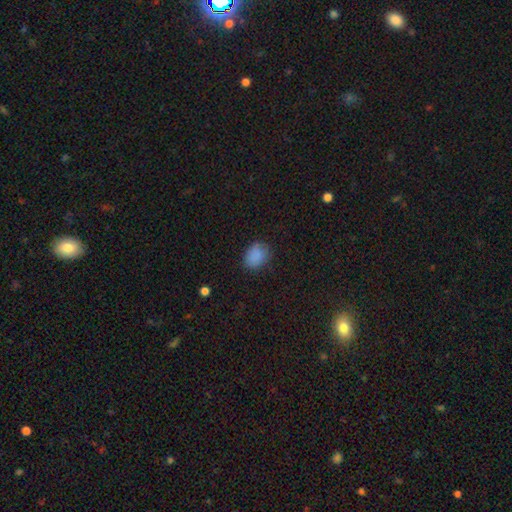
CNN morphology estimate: A smooth galaxy with no disk features (86%) that is in between round and cigar-shaped (55%).

Vote fractions:
- Smooth or featured? smooth: 86% / star or artifact: 10% / featured or disk: 4%
- How rounded? in between: 55% / round: 44% / cigar-shaped: 1%
- Merging? none: 77% / minor disturbance: 18% / major disturbance: 4% / merger: 1%